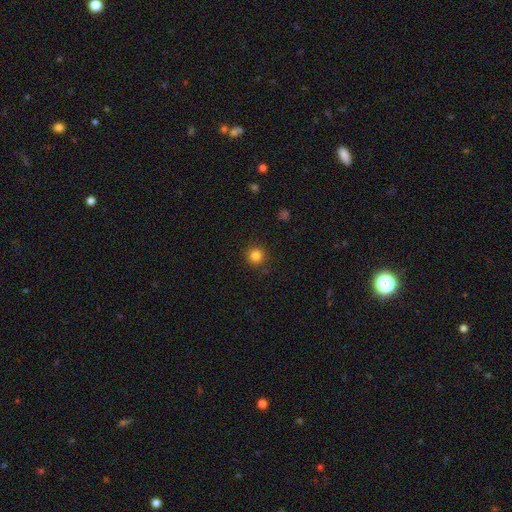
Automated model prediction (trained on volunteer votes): smooth_or_featured: smooth (p=0.83) [alt: star or artifact p=0.12]
how_rounded: round (p=0.95) [alt: in between p=0.04]
merging: none (p=0.90) [alt: minor disturbance p=0.07]